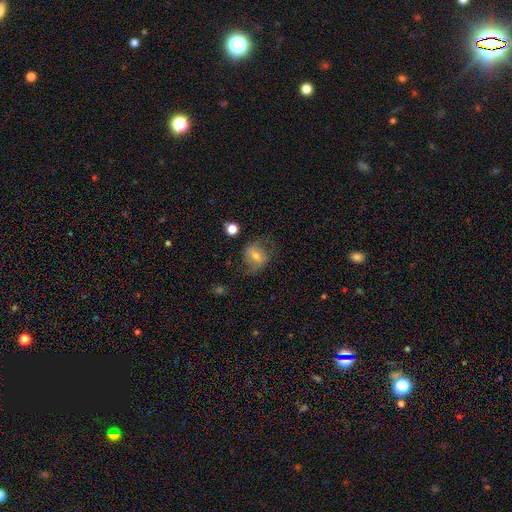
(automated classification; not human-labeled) This is possibly a smooth galaxy (47%). Merging: likely none (61%).